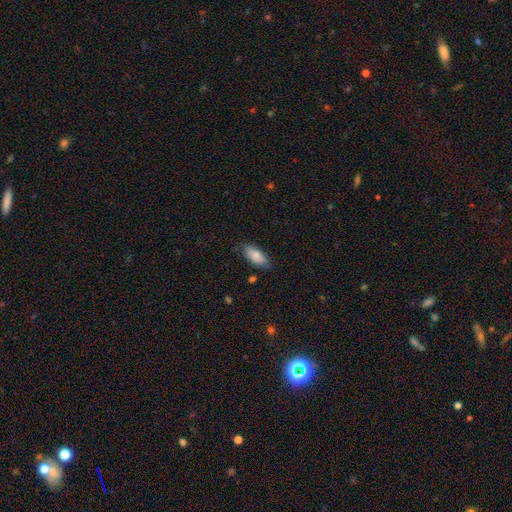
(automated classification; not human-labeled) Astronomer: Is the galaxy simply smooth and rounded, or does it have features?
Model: smooth — 81%.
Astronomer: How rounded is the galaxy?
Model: in between — 85%.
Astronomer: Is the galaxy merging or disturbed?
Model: none — 78%.